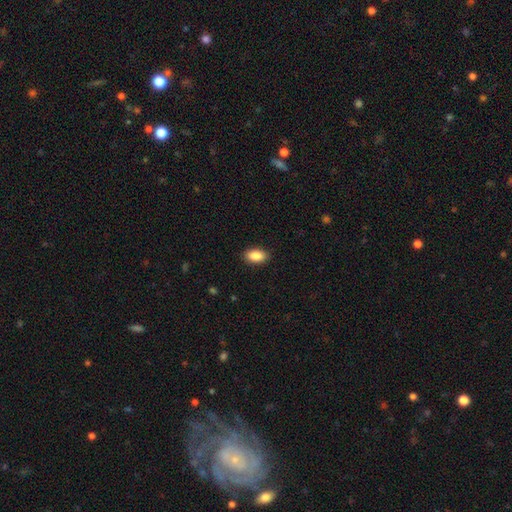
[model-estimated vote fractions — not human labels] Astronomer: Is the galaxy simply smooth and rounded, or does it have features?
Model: smooth — 89%.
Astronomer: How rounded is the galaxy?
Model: in between — 92%.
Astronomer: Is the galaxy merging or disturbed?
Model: none — 89%.